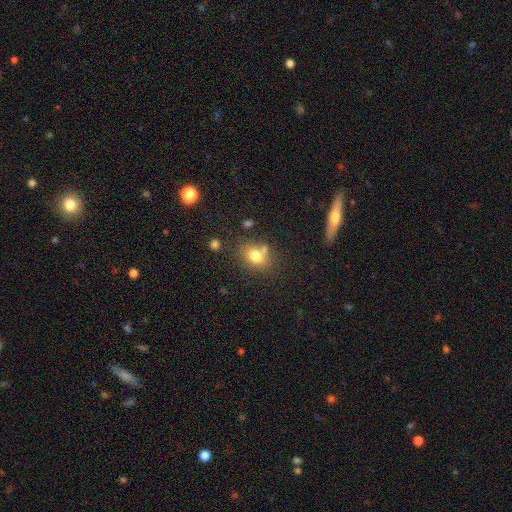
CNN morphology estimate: smooth_or_featured: smooth (p=0.76) [alt: featured or disk p=0.13]
how_rounded: in between (p=0.57) [alt: round p=0.42]
merging: none (p=0.63) [alt: merger p=0.17]